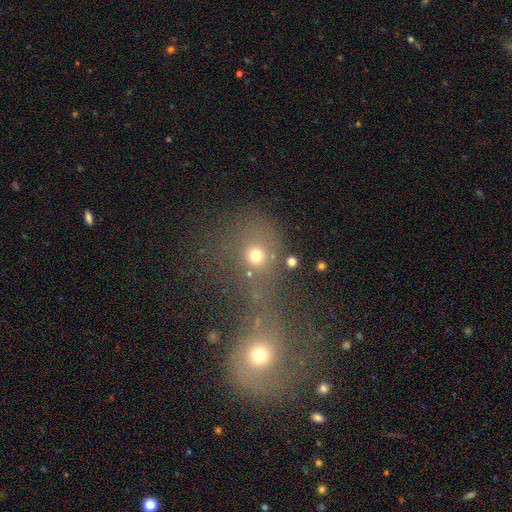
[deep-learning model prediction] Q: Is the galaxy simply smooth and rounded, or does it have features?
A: smooth — 65%.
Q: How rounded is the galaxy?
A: round — 75%.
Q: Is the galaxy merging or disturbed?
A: none — 43%.